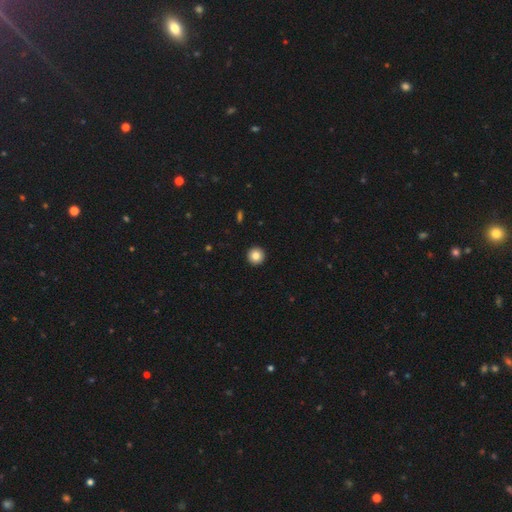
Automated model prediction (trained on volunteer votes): Smooth or featured: smooth — 84% (star or artifact — 9%)
How rounded: round — 96% (in between — 3%)
Merging: none — 94% (minor disturbance — 4%)